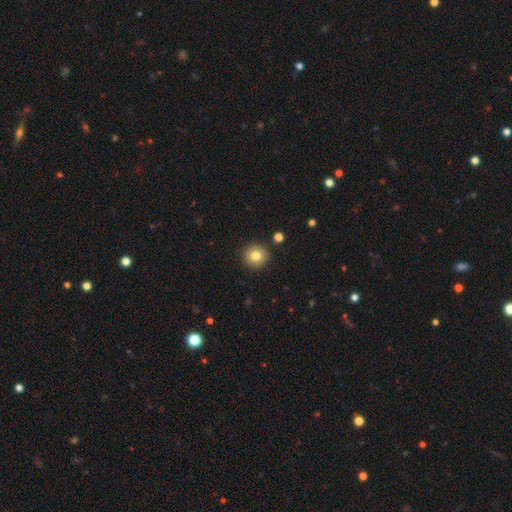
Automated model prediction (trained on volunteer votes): Smooth or featured? Predicted: smooth (p=0.80). How rounded? Predicted: round (p=0.94). Merging? Predicted: none (p=0.91).